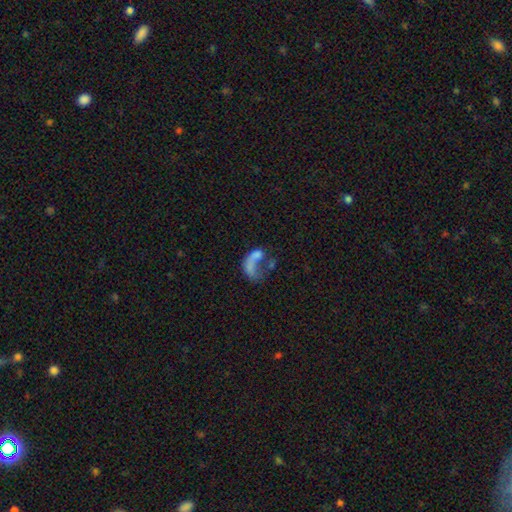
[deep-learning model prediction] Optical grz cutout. It shows a featured or disk galaxy (45%). Merging: major disturbance (48%).